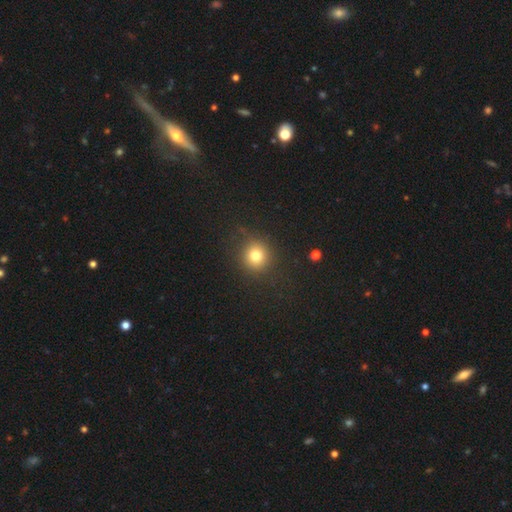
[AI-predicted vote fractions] Q: Smooth or featured?
A: smooth (79%); runner-up: star or artifact (14%)
Q: How rounded?
A: round (90%); runner-up: in between (9%)
Q: Merging?
A: none (87%); runner-up: minor disturbance (8%)